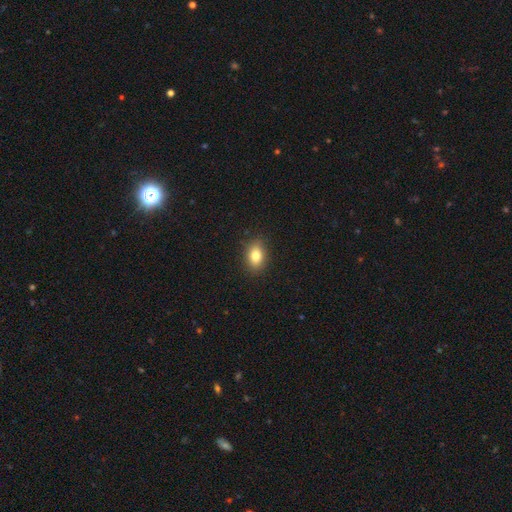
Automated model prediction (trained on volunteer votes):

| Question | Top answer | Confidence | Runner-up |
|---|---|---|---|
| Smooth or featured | smooth | 82% | featured or disk (9%) |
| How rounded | in between | 82% | round (16%) |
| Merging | none | 88% | minor disturbance (9%) |